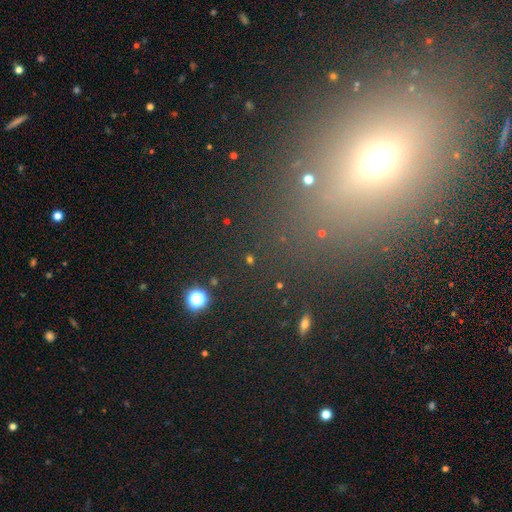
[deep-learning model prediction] Overall: smooth (45%; star or artifact 40%). Merging: none (85%).